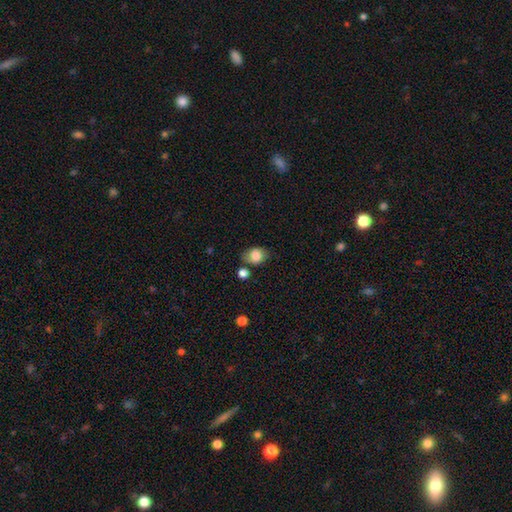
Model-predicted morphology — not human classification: Smooth or featured? Predicted: smooth (p=0.80). How rounded? Predicted: in between (p=0.63). Merging? Predicted: none (p=0.64).